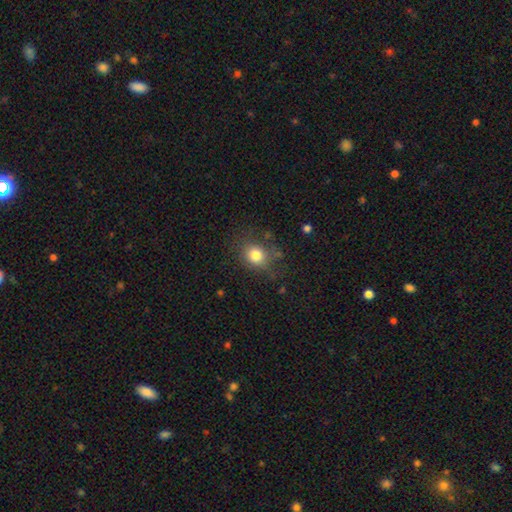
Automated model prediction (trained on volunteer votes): A smooth galaxy with no disk features (80%) that is round (71%). Merging: none (73%).